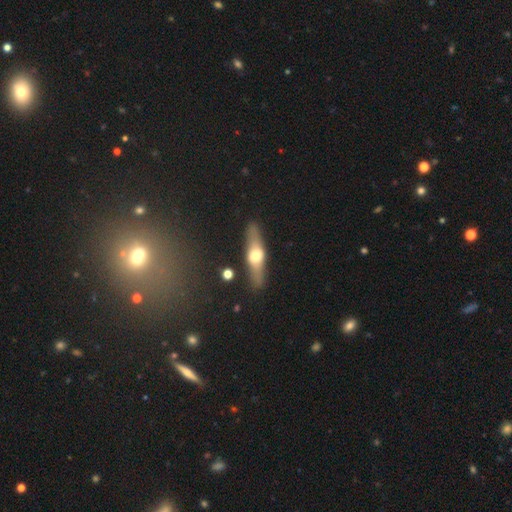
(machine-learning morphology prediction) This is possibly a featured or disk galaxy (59%). It is clearly viewed edge-on (87%). Edge-on bulge: clearly rounded (93%). Merging: clearly none (86%).